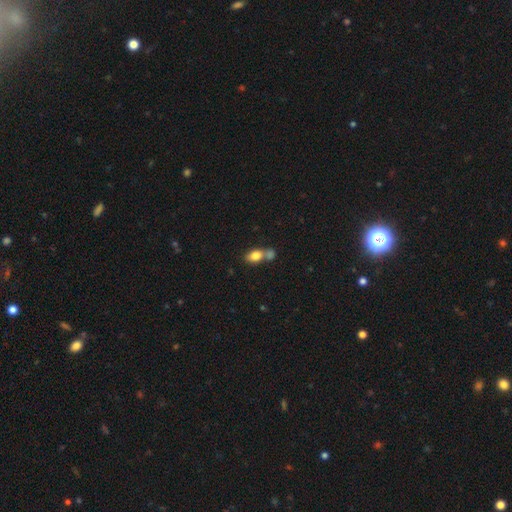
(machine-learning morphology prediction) The model was most divided on "merging": merger: 49%, none: 35%, minor disturbance: 11%, major disturbance: 5%. More confident: how rounded — in between (79%); smooth or featured — smooth (79%).